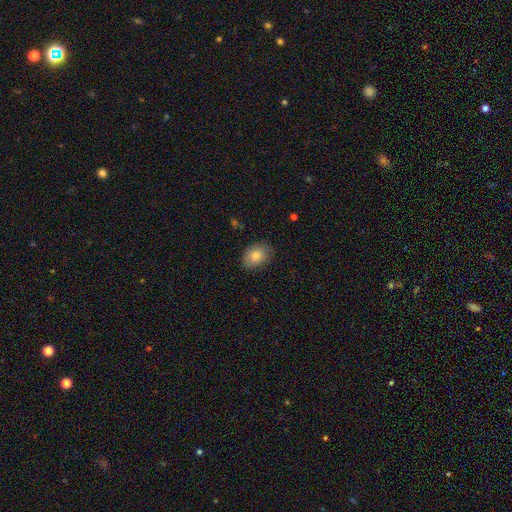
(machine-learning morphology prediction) smooth 82%, featured or disk 10%, star or artifact 8%. Down the decision tree: how rounded — in between (77%); merging — none (83%).